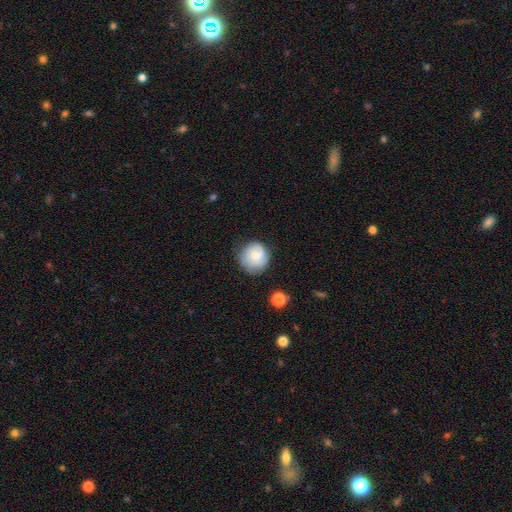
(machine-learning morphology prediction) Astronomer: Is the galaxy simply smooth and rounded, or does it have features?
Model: smooth — 60%.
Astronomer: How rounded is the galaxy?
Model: round — 88%.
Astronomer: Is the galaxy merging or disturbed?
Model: none — 72%.